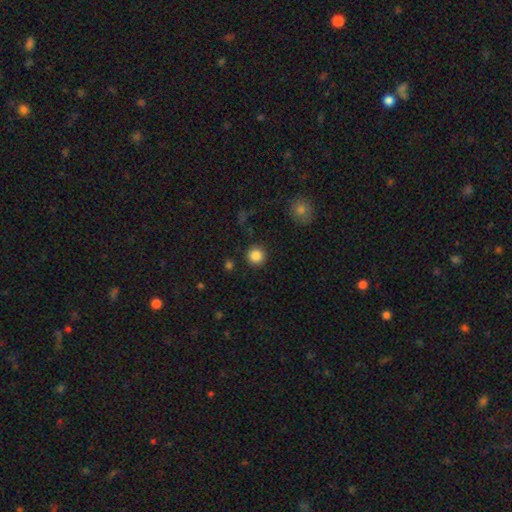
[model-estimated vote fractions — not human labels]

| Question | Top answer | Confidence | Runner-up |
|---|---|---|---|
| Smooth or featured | smooth | 86% | star or artifact (10%) |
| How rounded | round | 95% | in between (4%) |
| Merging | none | 91% | minor disturbance (5%) |